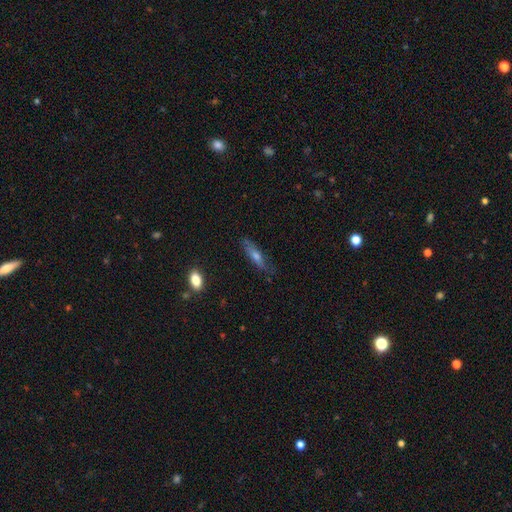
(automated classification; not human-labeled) smooth-or-featured: smooth: 47% | featured or disk: 43% | star or artifact: 10%
  merging: none: 76% | minor disturbance: 18% | major disturbance: 4% | merger: 2%